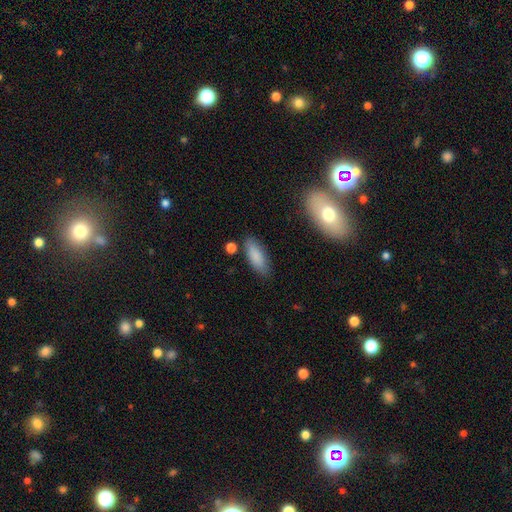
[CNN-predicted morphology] The model was most divided on "how rounded": in between: 73%, cigar-shaped: 25%, round: 2%. More confident: smooth or featured — smooth (85%); merging — none (80%).